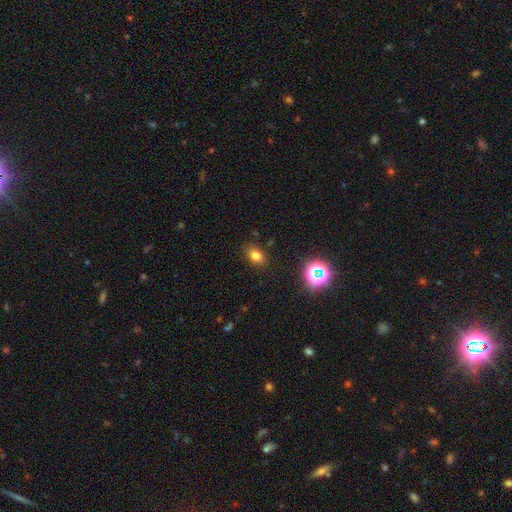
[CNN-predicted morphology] This appears to be a smooth galaxy with no disk features (75%) that is in between round and cigar-shaped (73%). Merging: none (84%).